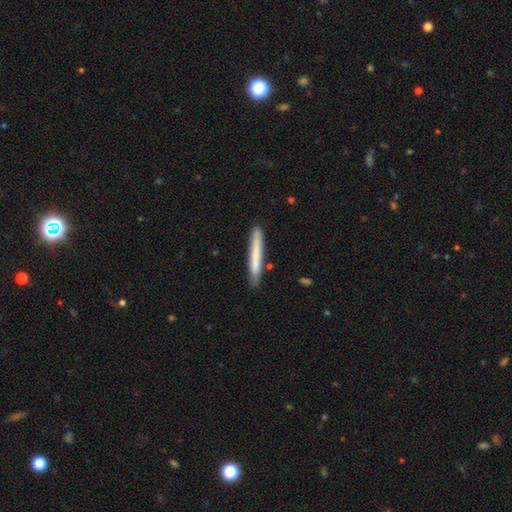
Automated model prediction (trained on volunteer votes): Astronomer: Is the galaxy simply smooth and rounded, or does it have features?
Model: smooth — 70%.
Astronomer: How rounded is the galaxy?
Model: cigar-shaped — 97%.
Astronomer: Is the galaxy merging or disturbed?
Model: none — 85%.